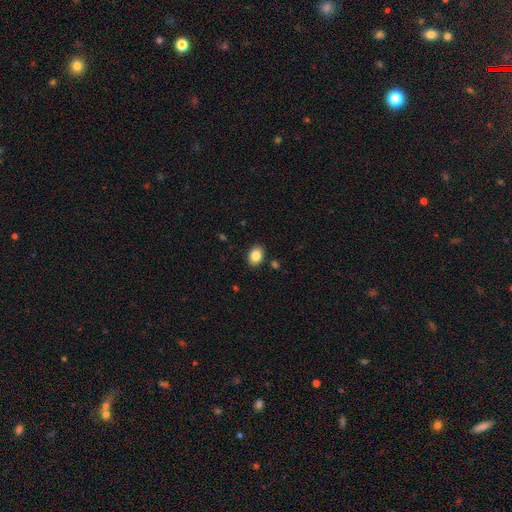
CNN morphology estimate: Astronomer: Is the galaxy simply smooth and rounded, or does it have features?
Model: smooth — 86%.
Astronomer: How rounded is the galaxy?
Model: in between — 73%.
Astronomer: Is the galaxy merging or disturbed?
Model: none — 89%.